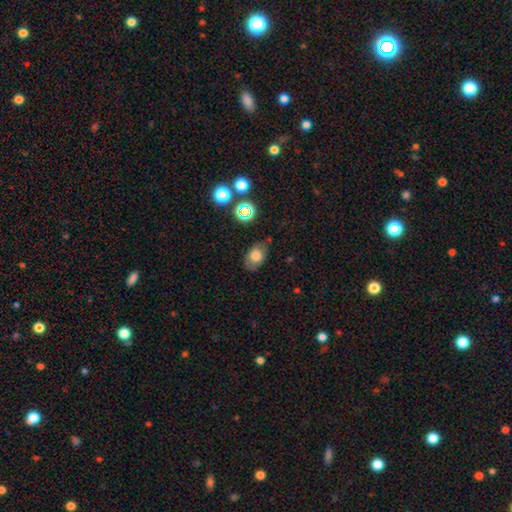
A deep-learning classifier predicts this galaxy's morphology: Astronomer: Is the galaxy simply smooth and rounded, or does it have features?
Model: smooth — 74%.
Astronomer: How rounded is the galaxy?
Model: in between — 85%.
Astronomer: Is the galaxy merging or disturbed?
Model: none — 73%.